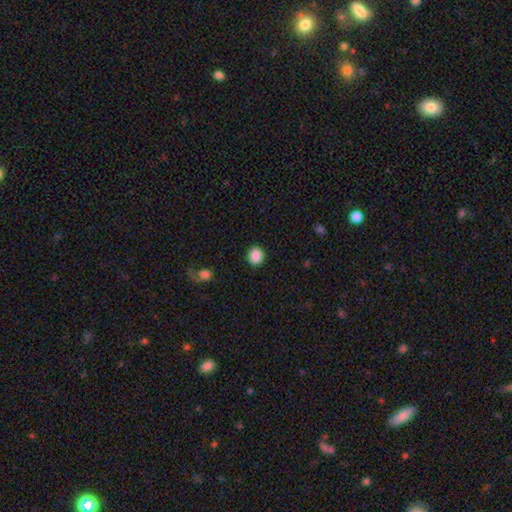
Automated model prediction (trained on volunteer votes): smooth_or_featured: smooth (p=0.88) [alt: star or artifact p=0.08]
how_rounded: round (p=0.79) [alt: in between p=0.20]
merging: none (p=0.90) [alt: minor disturbance p=0.06]